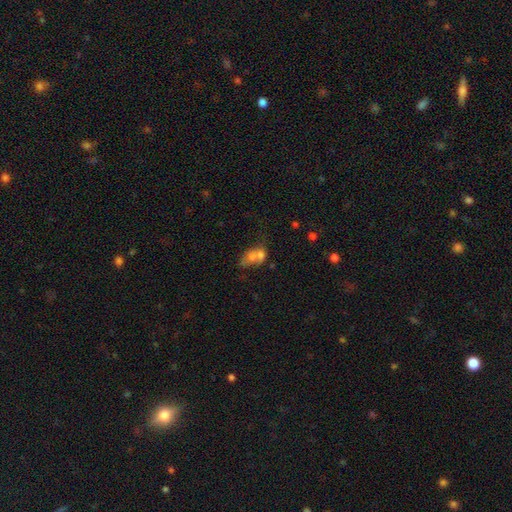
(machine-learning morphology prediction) Smooth or featured?
  - smooth: 60% *
  - featured or disk: 27%
  - star or artifact: 13%
How rounded?
  - in between: 68% *
  - round: 30%
  - cigar-shaped: 3%
Merging?
  - merger: 61% *
  - none: 19%
  - major disturbance: 10%
  - minor disturbance: 10%